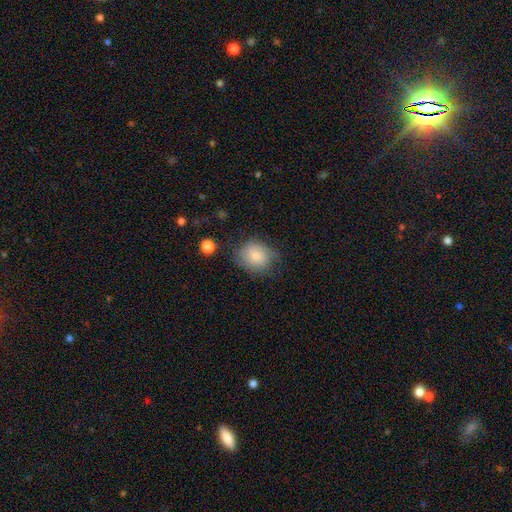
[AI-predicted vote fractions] This appears to be a smooth galaxy with no disk features (73%) that is round (62%). Merging: none (56%).